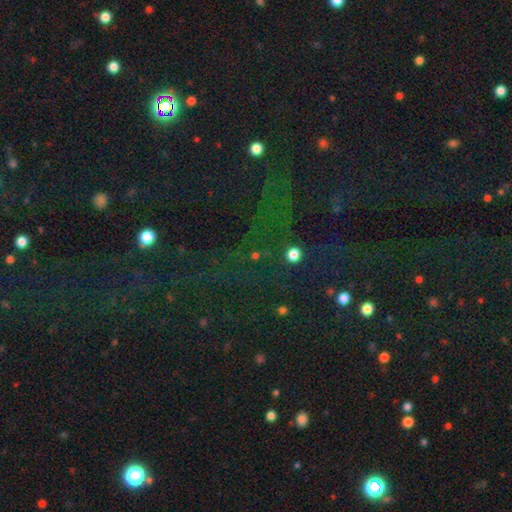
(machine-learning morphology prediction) A star or artifact, not a galaxy (65%).

Vote fractions:
- Smooth or featured? star or artifact: 65% / smooth: 27% / featured or disk: 9%